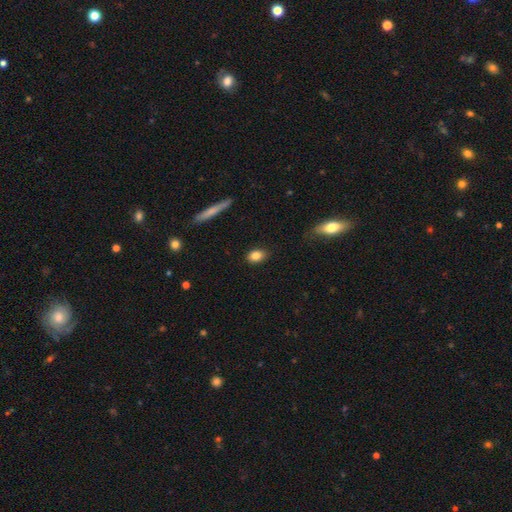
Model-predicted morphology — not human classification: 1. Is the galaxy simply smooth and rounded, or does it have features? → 84% smooth, 8% star or artifact, 8% featured or disk.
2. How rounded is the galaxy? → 72% in between, 25% round, 3% cigar-shaped.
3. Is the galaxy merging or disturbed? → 87% none, 10% minor disturbance, 2% major disturbance, 1% merger.